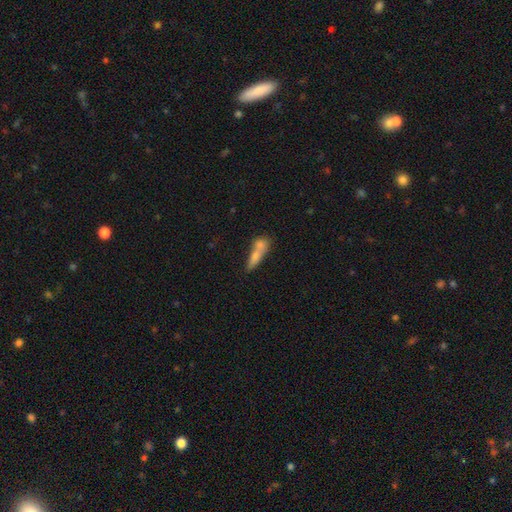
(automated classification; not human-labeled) smooth_or_featured: smooth (p=0.65) [alt: featured or disk p=0.24]
how_rounded: in between (p=0.48) [alt: cigar-shaped p=0.44]
merging: merger (p=0.56) [alt: none p=0.27]